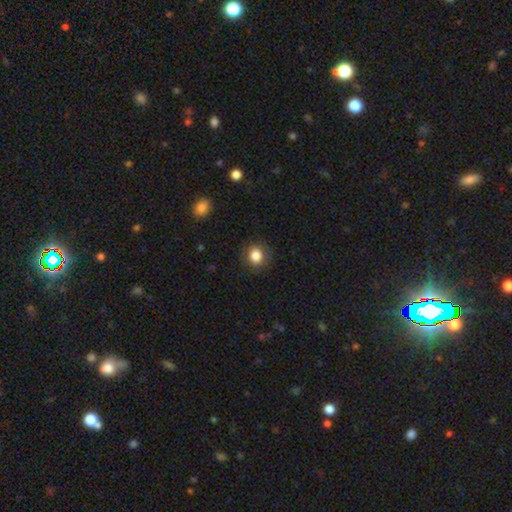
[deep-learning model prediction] smooth 84%, star or artifact 10%, featured or disk 7%. Down the decision tree: how rounded — round (79%); merging — none (85%).